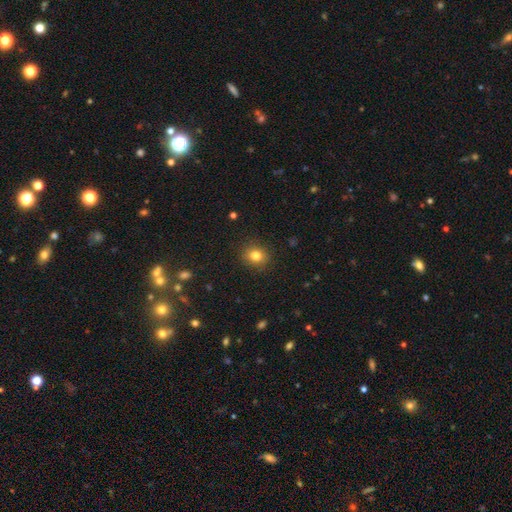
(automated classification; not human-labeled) The model was most divided on "how rounded": round: 74%, in between: 25%, cigar-shaped: 1%. More confident: merging — none (89%); smooth or featured — smooth (81%).